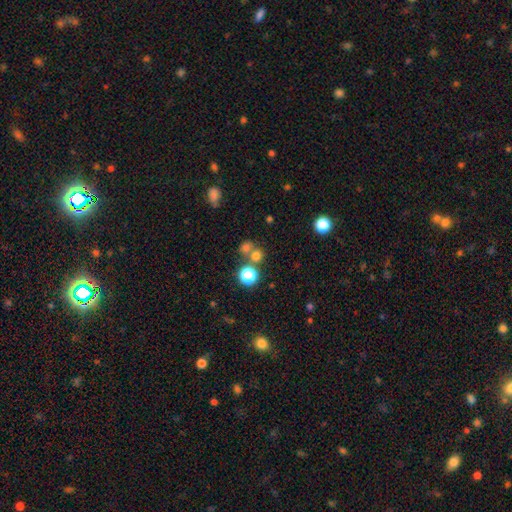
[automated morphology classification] Smooth or featured?
  - smooth: 66% *
  - star or artifact: 25%
  - featured or disk: 9%
How rounded?
  - round: 86% *
  - in between: 13%
  - cigar-shaped: 1%
Merging?
  - none: 58% *
  - merger: 30%
  - minor disturbance: 8%
  - major disturbance: 4%